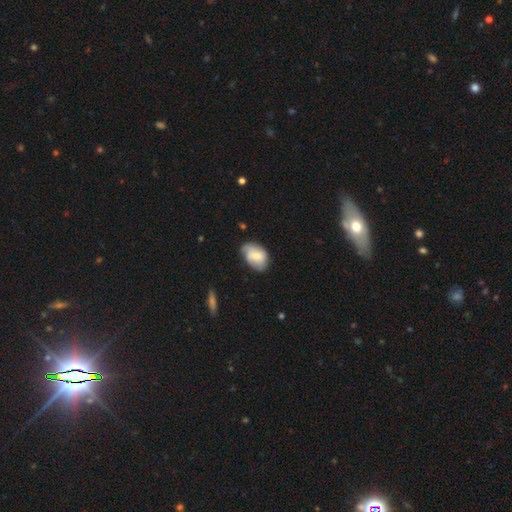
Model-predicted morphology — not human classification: Smooth or featured?
  - smooth: 58% *
  - featured or disk: 35%
  - star or artifact: 7%
How rounded?
  - in between: 83% *
  - round: 16%
  - cigar-shaped: 1%
Merging?
  - none: 54% *
  - minor disturbance: 34%
  - major disturbance: 9%
  - merger: 2%